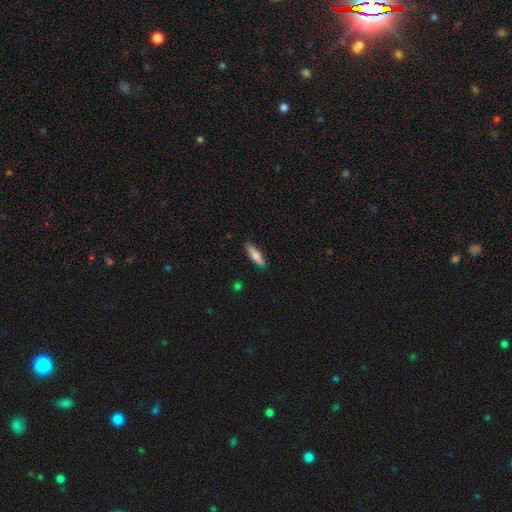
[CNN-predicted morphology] A smooth galaxy with no disk features (69%) that is cigar-shaped (70%).

Vote fractions:
- Smooth or featured? smooth: 69% / featured or disk: 25% / star or artifact: 6%
- How rounded? cigar-shaped: 70% / in between: 28% / round: 2%
- Merging? none: 84% / minor disturbance: 12% / major disturbance: 2% / merger: 2%